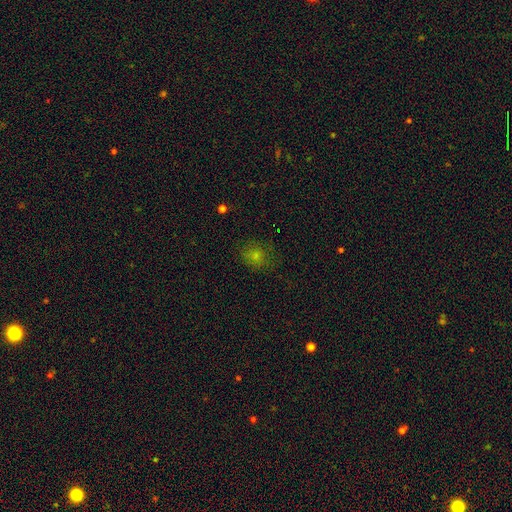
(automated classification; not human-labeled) Overall: smooth (59%; star or artifact 29%). How rounded: round (76%). Merging: none (80%).